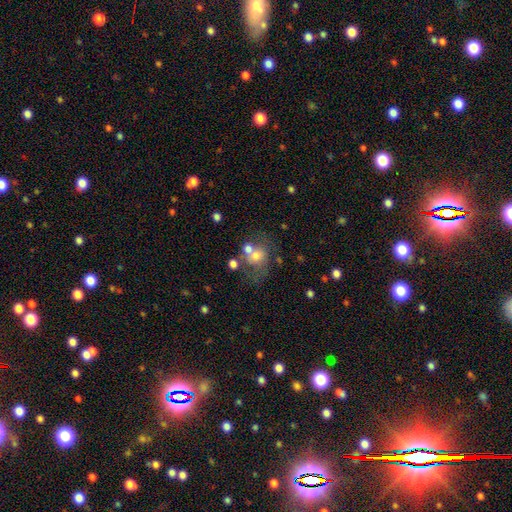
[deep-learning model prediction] Smooth or featured: smooth — 60% (featured or disk — 27%)
How rounded: round — 64% (in between — 35%)
Merging: none — 37% (merger — 35%)